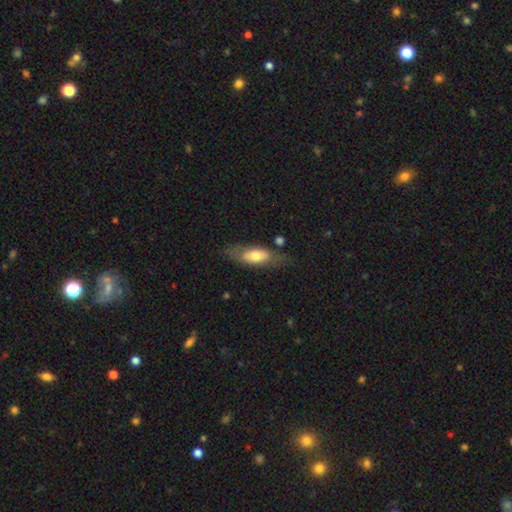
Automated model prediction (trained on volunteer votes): Smooth or featured: smooth — 61% (featured or disk — 33%)
How rounded: in between — 72% (cigar-shaped — 25%)
Merging: none — 64% (minor disturbance — 22%)